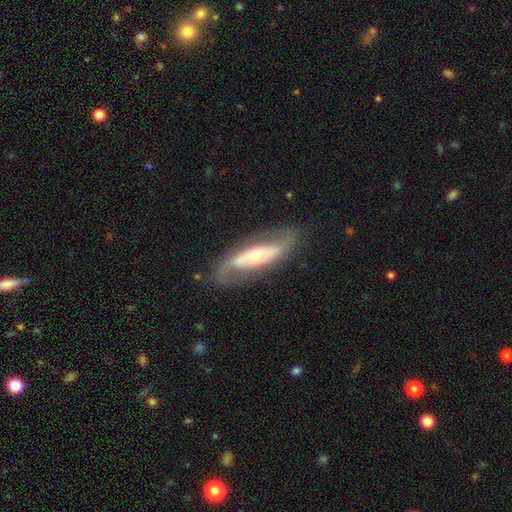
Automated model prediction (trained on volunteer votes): Smooth or featured?
  - featured or disk: 81% *
  - smooth: 13%
  - star or artifact: 5%
Edge-on disk?
  - no: 85% *
  - yes: 15%
Bar?
  - no: 46% *
  - strong: 29%
  - weak: 25%
Spiral arms?
  - yes: 87% *
  - no: 13%
Spiral winding?
  - loose: 45% *
  - medium: 37%
  - tight: 18%
Spiral arm count?
  - 2: 87% *
  - can't tell: 7%
  - 1: 3%
  - 3: 1%
  - 4: 1%
  - more than 4: 1%
Bulge size?
  - moderate: 50% *
  - small: 43%
  - large: 5%
  - dominant: 1%
  - none: 1%
Merging?
  - none: 77% *
  - minor disturbance: 14%
  - major disturbance: 7%
  - merger: 2%